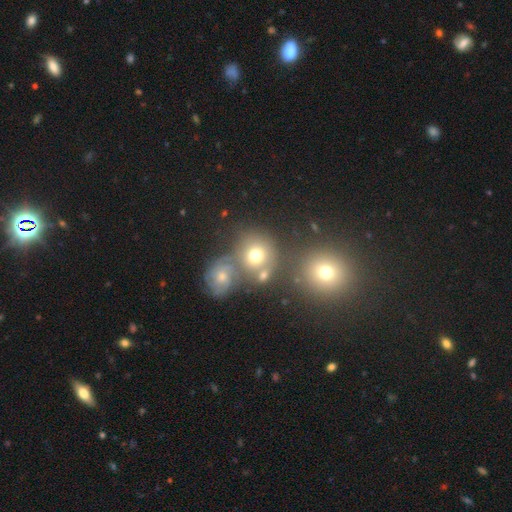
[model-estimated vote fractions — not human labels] smooth-or-featured: smooth: 64% | featured or disk: 22% | star or artifact: 14%
  how-rounded: round: 80% | in between: 19% | cigar-shaped: 1%
  merging: none: 47% | merger: 37% | minor disturbance: 10% | major disturbance: 6%